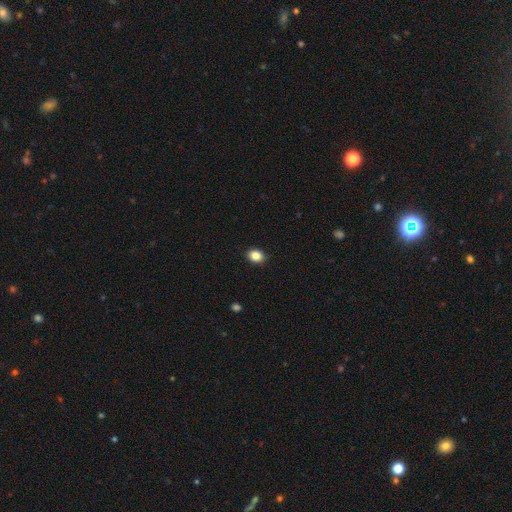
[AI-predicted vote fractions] Smooth or featured: smooth — 86% (star or artifact — 9%)
How rounded: in between — 52% (round — 47%)
Merging: none — 91% (minor disturbance — 7%)